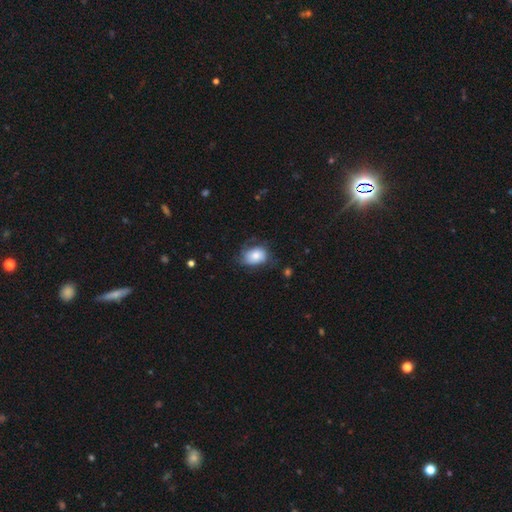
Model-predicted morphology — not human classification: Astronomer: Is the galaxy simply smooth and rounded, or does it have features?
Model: smooth — 68%.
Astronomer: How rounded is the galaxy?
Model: in between — 73%.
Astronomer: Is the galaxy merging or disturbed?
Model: none — 50% (runner-up: minor disturbance, 31%).